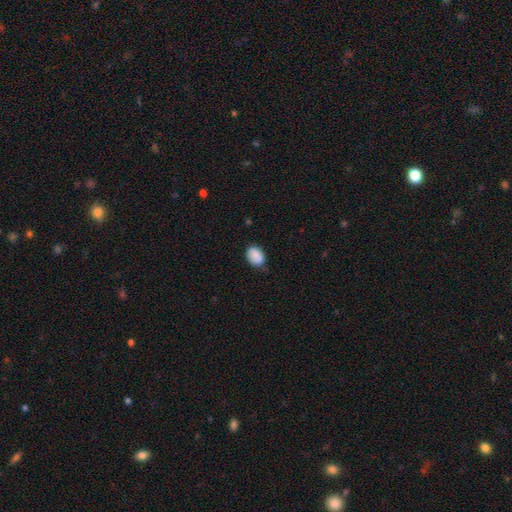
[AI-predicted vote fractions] Q: Smooth or featured?
A: smooth (88%); runner-up: star or artifact (7%)
Q: How rounded?
A: in between (73%); runner-up: round (26%)
Q: Merging?
A: none (66%); runner-up: minor disturbance (28%)